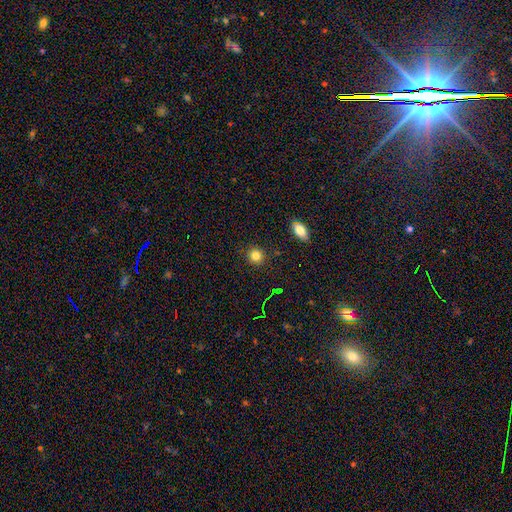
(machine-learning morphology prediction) Overall: smooth (81%). How rounded: round (88%). Merging: none (90%).